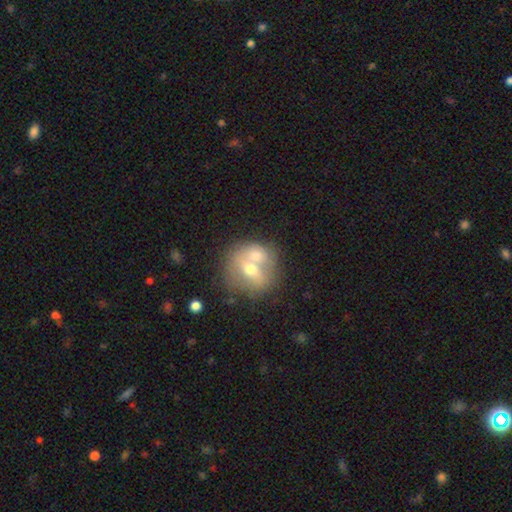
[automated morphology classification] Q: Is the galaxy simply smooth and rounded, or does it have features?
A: smooth — 56%.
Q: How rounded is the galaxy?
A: round — 73%.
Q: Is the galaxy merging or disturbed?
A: merger — 62%.